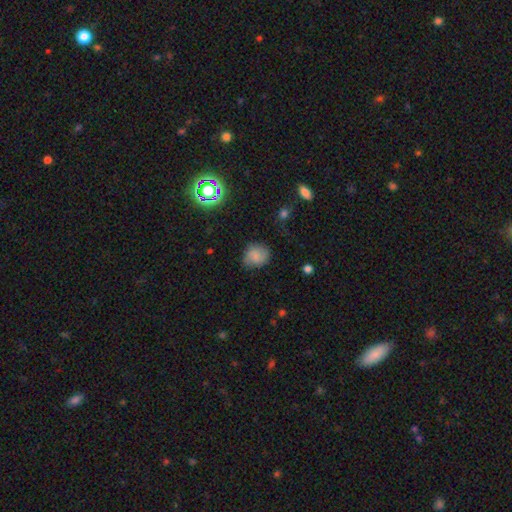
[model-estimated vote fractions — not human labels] smooth 76%, featured or disk 12%, star or artifact 12%. Down the decision tree: how rounded — round (72%); merging — none (75%).